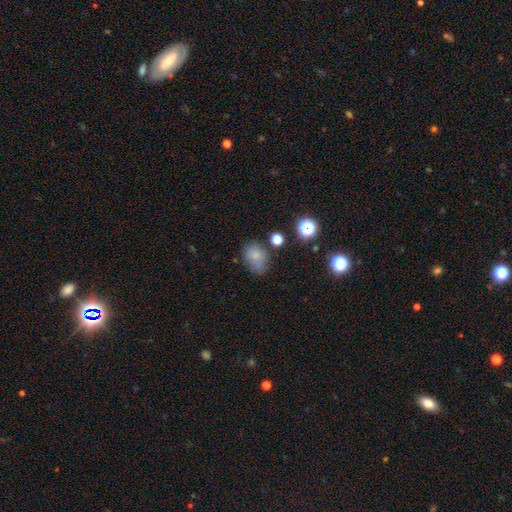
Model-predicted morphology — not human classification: Smooth or featured: smooth — 74% (star or artifact — 14%)
How rounded: in between — 57% (round — 42%)
Merging: none — 56% (minor disturbance — 26%)